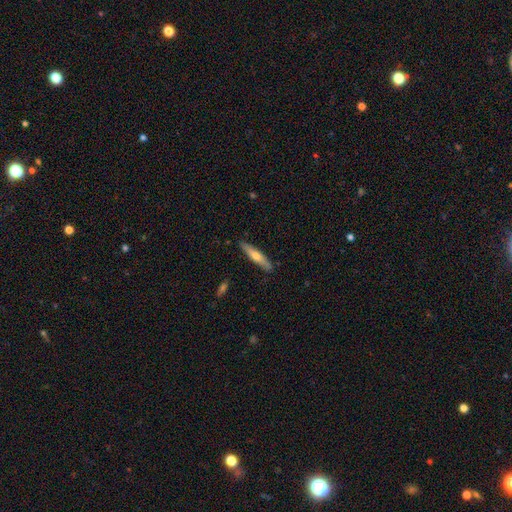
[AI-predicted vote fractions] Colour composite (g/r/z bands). It shows a smooth galaxy with no disk features (53%) that is cigar-shaped (87%). Merging: none (88%).